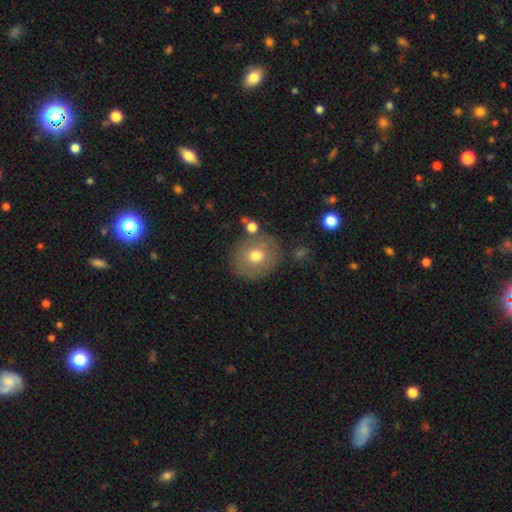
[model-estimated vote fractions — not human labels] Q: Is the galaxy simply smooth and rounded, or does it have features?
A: smooth — 71%.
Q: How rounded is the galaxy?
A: round — 84%.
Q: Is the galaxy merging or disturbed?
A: none — 79%.